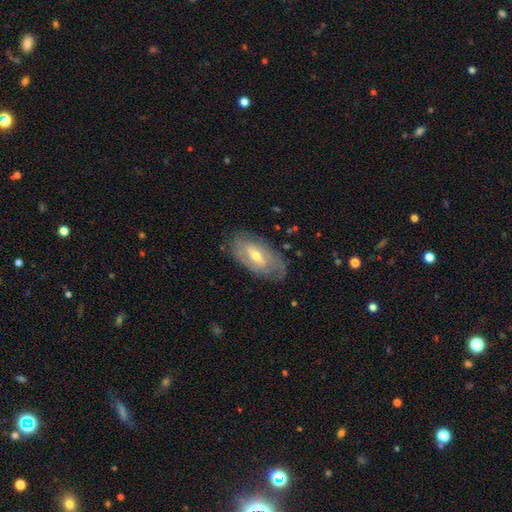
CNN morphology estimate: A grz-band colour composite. It shows a featured or disk galaxy (68%) with a weak bar (47%), spiral arms (69%) and a moderate central bulge (57%). Merging: none (77%).